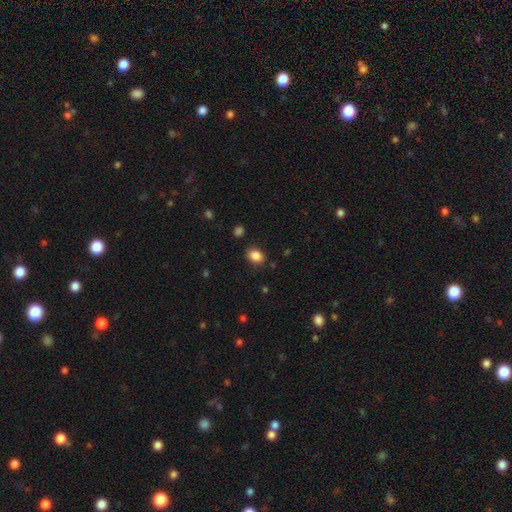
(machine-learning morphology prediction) A smooth galaxy with no disk features (86%) that is in between round and cigar-shaped (60%).

Vote fractions:
- Smooth or featured? smooth: 86% / star or artifact: 10% / featured or disk: 4%
- How rounded? in between: 60% / round: 39% / cigar-shaped: 1%
- Merging? none: 84% / minor disturbance: 11% / major disturbance: 3% / merger: 2%